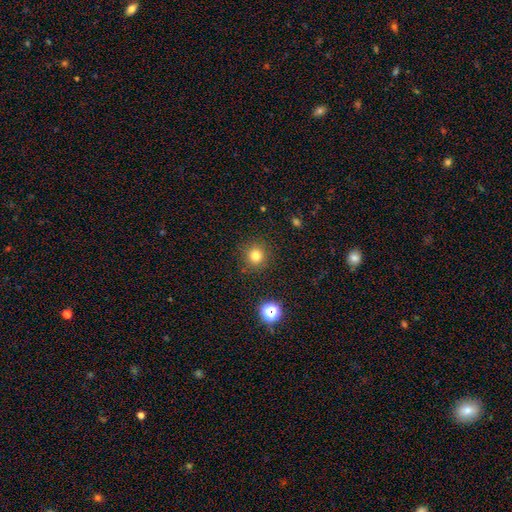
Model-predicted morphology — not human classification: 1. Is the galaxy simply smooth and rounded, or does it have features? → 78% smooth, 16% star or artifact, 6% featured or disk.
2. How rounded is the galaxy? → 94% round, 5% in between, 1% cigar-shaped.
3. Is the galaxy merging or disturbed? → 88% none, 7% minor disturbance, 3% major disturbance, 2% merger.